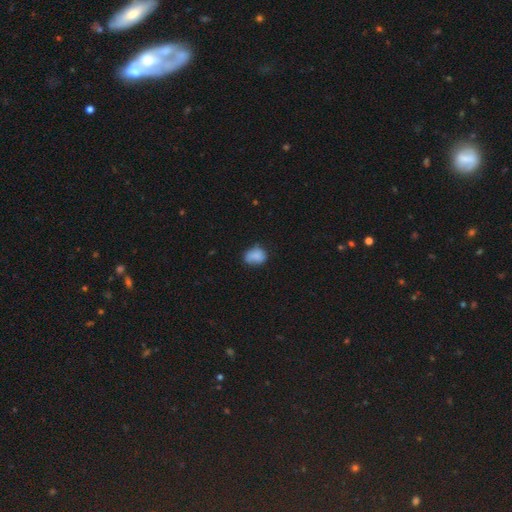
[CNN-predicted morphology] A smooth galaxy with no disk features (79%) that is in between round and cigar-shaped (56%).

Vote fractions:
- Smooth or featured? smooth: 79% / featured or disk: 11% / star or artifact: 9%
- How rounded? in between: 56% / round: 43% / cigar-shaped: 1%
- Merging? none: 55% / minor disturbance: 33% / major disturbance: 8% / merger: 4%